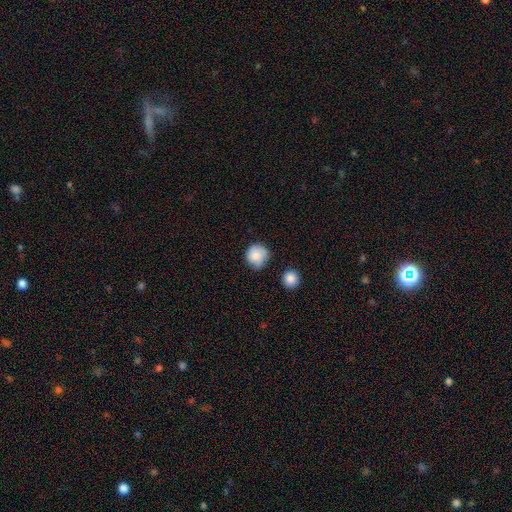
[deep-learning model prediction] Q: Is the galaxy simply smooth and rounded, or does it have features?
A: smooth — 82%.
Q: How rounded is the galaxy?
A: round — 90%.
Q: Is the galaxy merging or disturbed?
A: none — 65%.